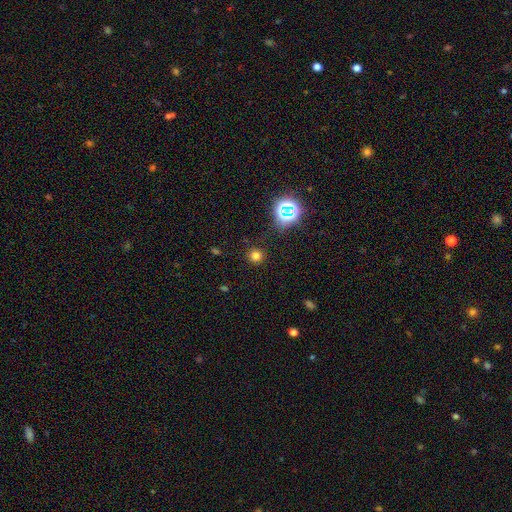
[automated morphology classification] Q: Smooth or featured?
A: smooth (72%); runner-up: star or artifact (22%)
Q: How rounded?
A: round (93%); runner-up: in between (6%)
Q: Merging?
A: none (88%); runner-up: minor disturbance (7%)